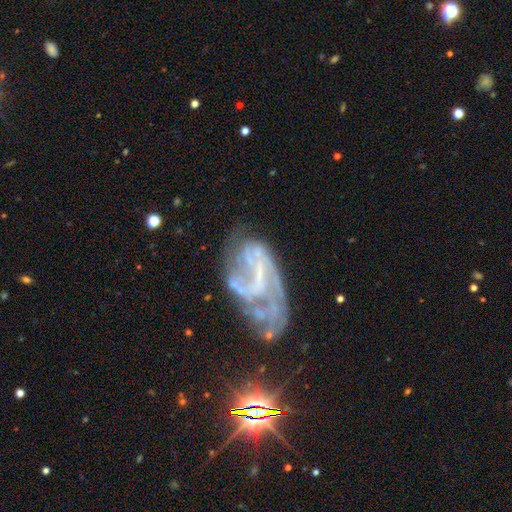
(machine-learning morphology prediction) This appears to be a featured or disk galaxy (75%) with no bar (41%), spiral arms (64%) and no central bulge (60%). Merging: major disturbance (40%).